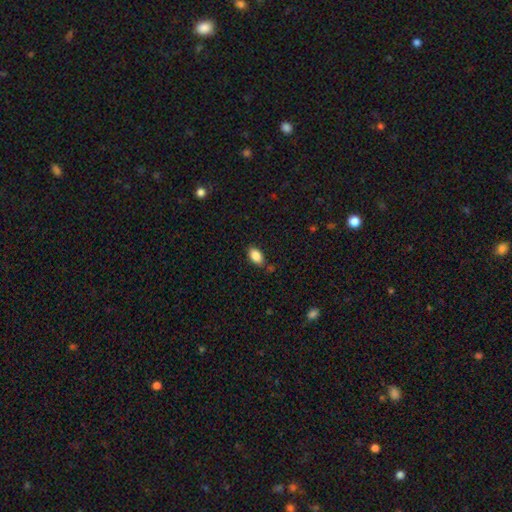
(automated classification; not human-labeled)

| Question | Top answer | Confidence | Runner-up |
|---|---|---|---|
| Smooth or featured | smooth | 87% | star or artifact (8%) |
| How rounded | in between | 91% | round (7%) |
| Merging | none | 81% | minor disturbance (13%) |